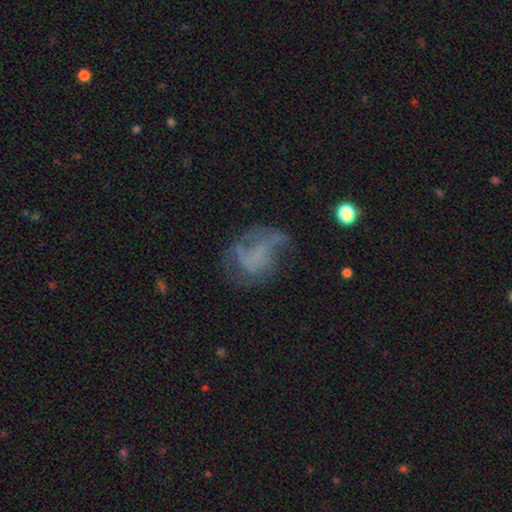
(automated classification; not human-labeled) featured or disk 52%, smooth 31%, star or artifact 17%. Down the decision tree: edge-on disk — no (97%); bar — no (73%); spiral arms — no (56%); bulge size — none (76%); merging — none (38%).